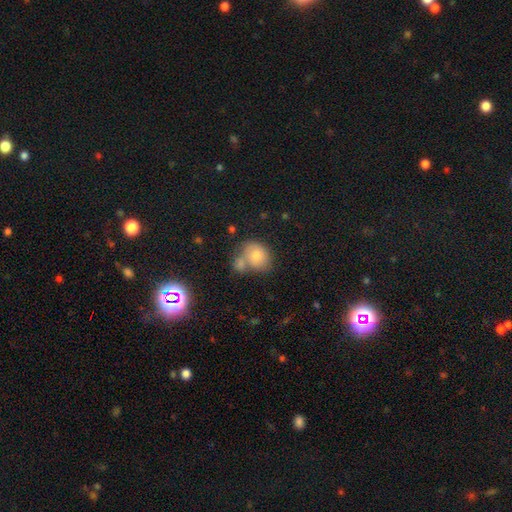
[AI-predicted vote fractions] Smooth or featured? smooth (74%)
How rounded? round (56%)
Merging? merger (40%, tied with none)